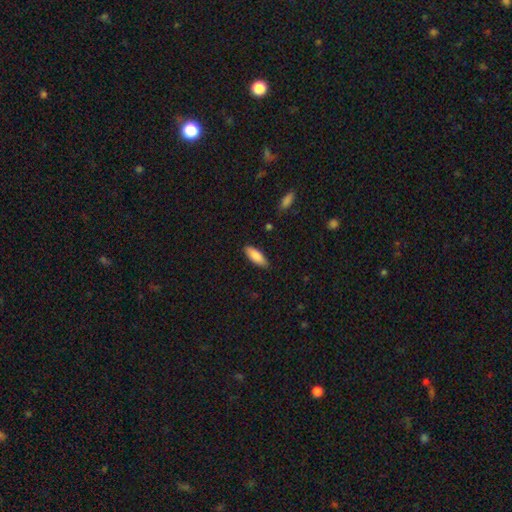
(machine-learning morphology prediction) A smooth galaxy with no disk features (86%) that is in between round and cigar-shaped (69%). Merging: none (84%).